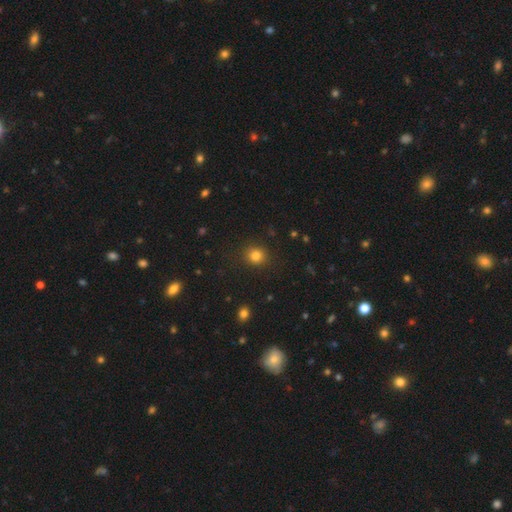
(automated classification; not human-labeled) A smooth galaxy with no disk features (82%) that is round (84%). Merging: none (89%).